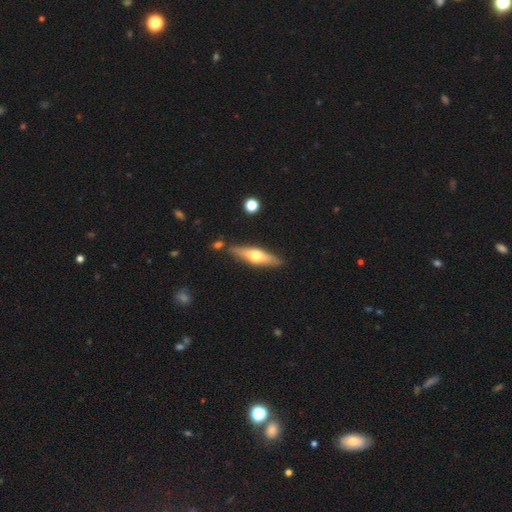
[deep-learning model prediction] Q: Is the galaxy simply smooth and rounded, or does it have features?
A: featured or disk — 51%.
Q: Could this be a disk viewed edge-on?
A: yes — 90%.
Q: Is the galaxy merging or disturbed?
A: none — 81%.